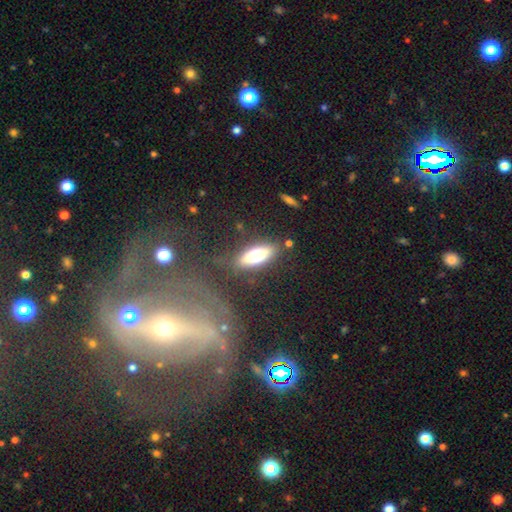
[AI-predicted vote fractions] Morphology: type=smooth (68%); roundness=in between (66%); merging=none (80%).